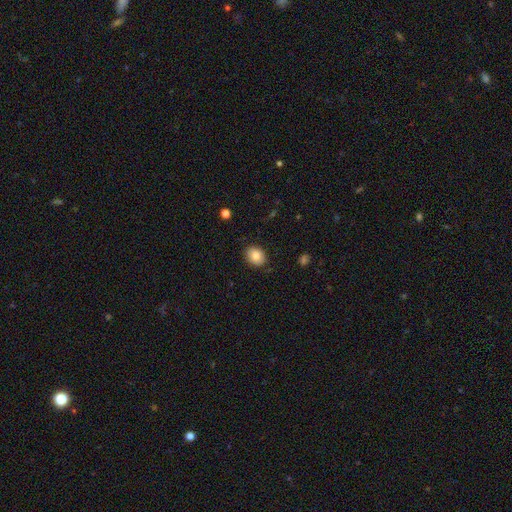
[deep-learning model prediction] smooth 83%, featured or disk 9%, star or artifact 8%. Down the decision tree: how rounded — in between (50%); merging — none (87%).